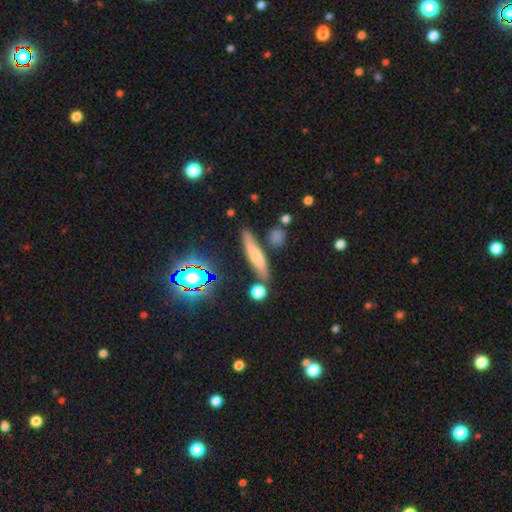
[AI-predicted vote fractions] Smooth or featured: smooth — 55% (featured or disk — 34%)
How rounded: cigar-shaped — 82% (in between — 15%)
Merging: none — 73% (minor disturbance — 15%)